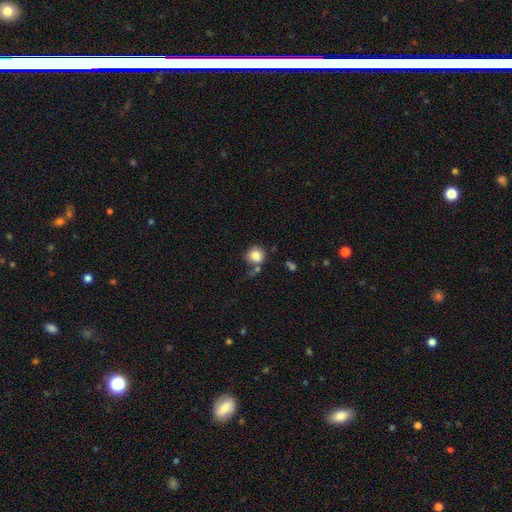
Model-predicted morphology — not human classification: Smooth or featured: smooth — 83% (star or artifact — 9%)
How rounded: round — 84% (in between — 15%)
Merging: none — 60% (minor disturbance — 17%)